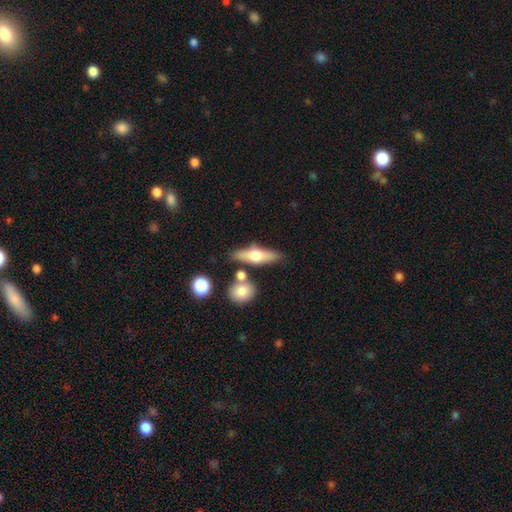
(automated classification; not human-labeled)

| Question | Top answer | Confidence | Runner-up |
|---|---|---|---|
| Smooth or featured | smooth | 47% | featured or disk (46%) |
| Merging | none | 74% | minor disturbance (11%) |